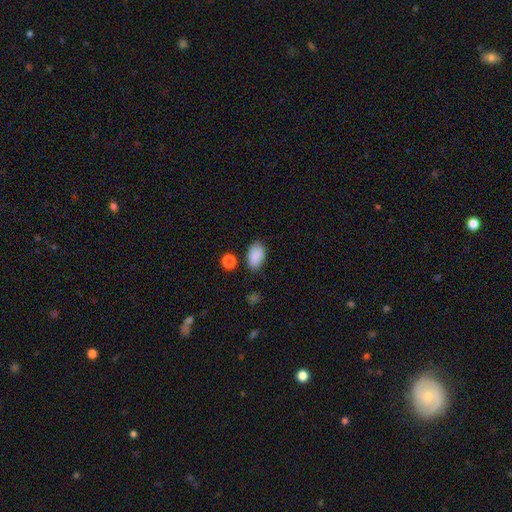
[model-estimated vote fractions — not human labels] A smooth galaxy with no disk features (88%) that is in between round and cigar-shaped (90%).

Vote fractions:
- Smooth or featured? smooth: 88% / star or artifact: 8% / featured or disk: 4%
- How rounded? in between: 90% / round: 9% / cigar-shaped: 1%
- Merging? none: 79% / minor disturbance: 14% / major disturbance: 3% / merger: 3%